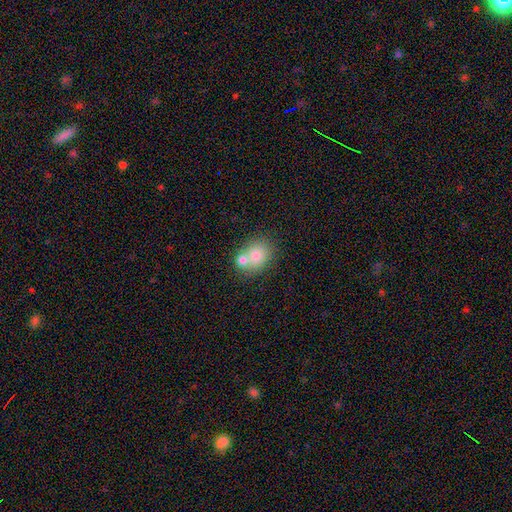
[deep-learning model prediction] Smooth or featured: smooth — 75% (featured or disk — 15%)
How rounded: round — 57% (in between — 42%)
Merging: none — 47% (merger — 39%)